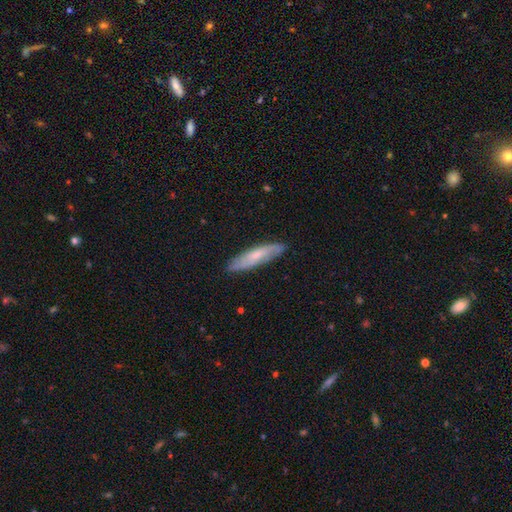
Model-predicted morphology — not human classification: Smooth or featured: featured or disk — 48% (smooth — 46%)
Merging: none — 84% (minor disturbance — 13%)